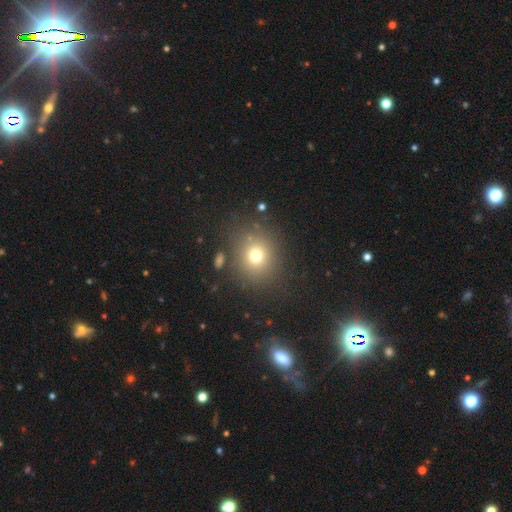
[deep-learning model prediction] A smooth galaxy with no disk features (73%) that is round (83%). Merging: none (83%).